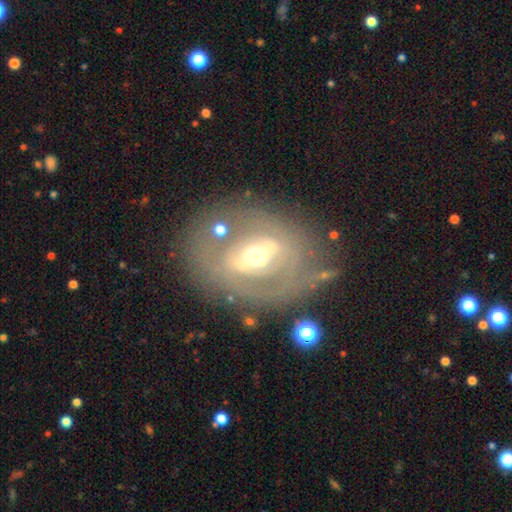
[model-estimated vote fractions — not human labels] This appears to be a featured or disk galaxy (73%) with a strong bar (44%), no spiral arms (61%) and a moderate central bulge (67%). Merging: none (69%).